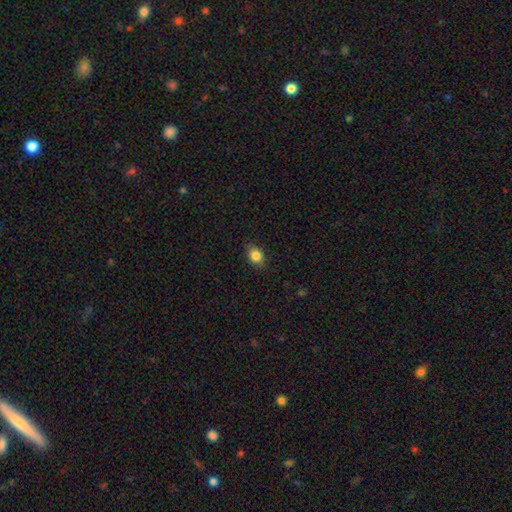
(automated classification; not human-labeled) Smooth or featured? Predicted: smooth (p=0.85). How rounded? Predicted: in between (p=0.67). Merging? Predicted: none (p=0.85).